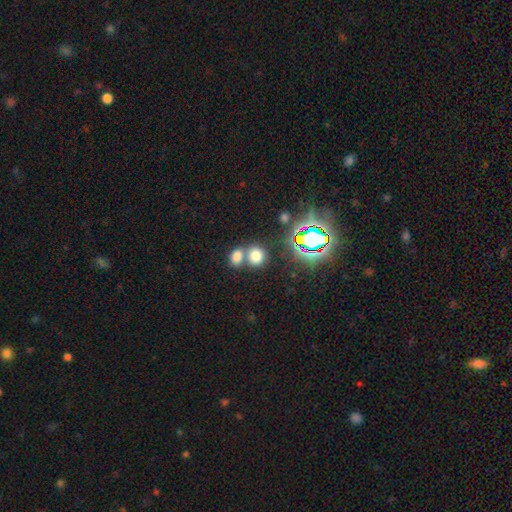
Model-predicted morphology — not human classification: Smooth or featured? Predicted: smooth (p=0.74). How rounded? Predicted: round (p=0.64). Merging? Predicted: merger (p=0.46).